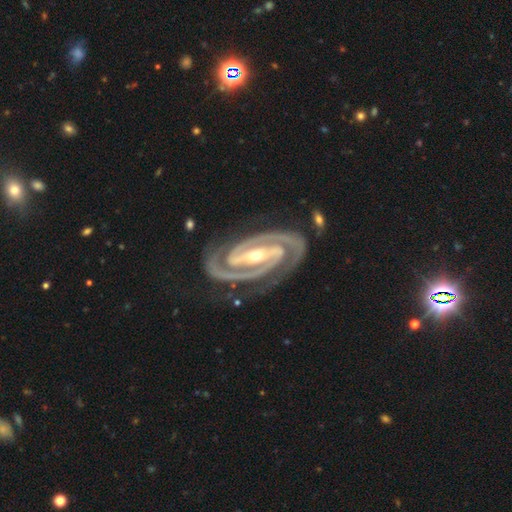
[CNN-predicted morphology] Smooth or featured? Predicted: featured or disk (p=0.95). Edge-on disk? Predicted: no (p=0.97). Bar? Predicted: strong (p=0.59). Spiral arms? Predicted: yes (p=0.99). Spiral winding? Predicted: tight (p=0.73). Spiral arm count? Predicted: 2 (p=0.91). Bulge size? Predicted: moderate (p=0.53). Merging? Predicted: none (p=0.82).